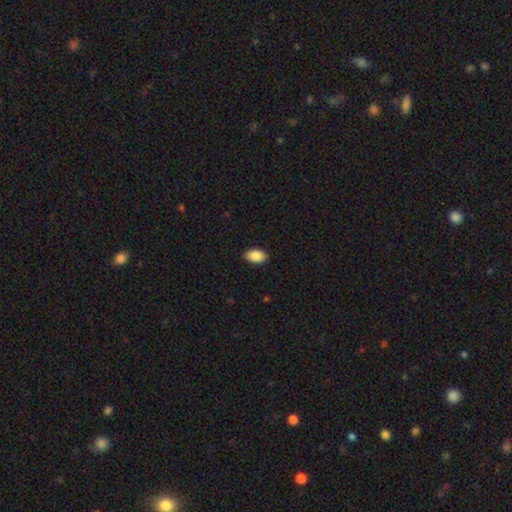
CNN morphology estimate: smooth_or_featured: smooth (p=0.89) [alt: star or artifact p=0.07]
how_rounded: in between (p=0.93) [alt: round p=0.06]
merging: none (p=0.88) [alt: minor disturbance p=0.09]